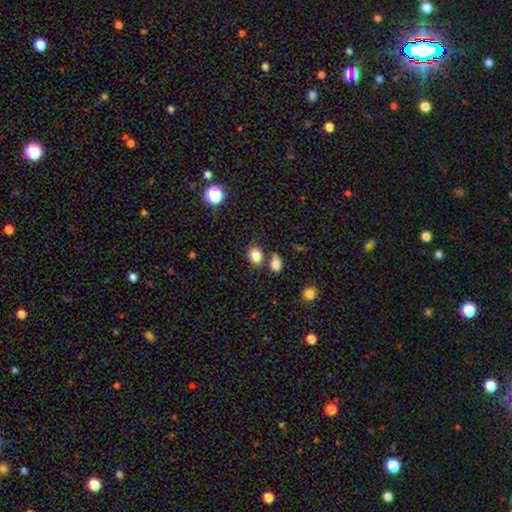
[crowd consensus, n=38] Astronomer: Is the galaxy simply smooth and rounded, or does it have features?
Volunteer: smooth — 82%.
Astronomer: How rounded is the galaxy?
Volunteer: in between — 55% (runner-up: round, 45%).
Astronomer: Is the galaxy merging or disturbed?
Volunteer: none — 56% (runner-up: merger, 35%).